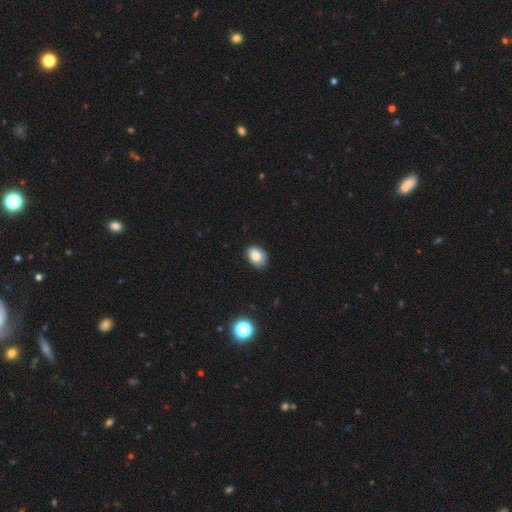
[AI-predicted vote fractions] A smooth galaxy with no disk features (79%) that is in between round and cigar-shaped (75%).

Vote fractions:
- Smooth or featured? smooth: 79% / featured or disk: 11% / star or artifact: 10%
- How rounded? in between: 75% / round: 24% / cigar-shaped: 1%
- Merging? none: 74% / minor disturbance: 21% / major disturbance: 3% / merger: 1%